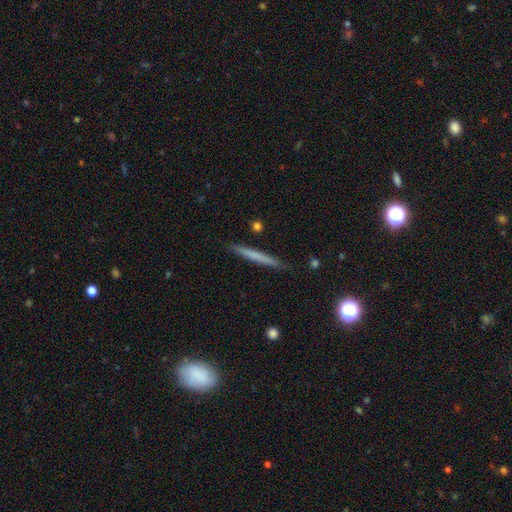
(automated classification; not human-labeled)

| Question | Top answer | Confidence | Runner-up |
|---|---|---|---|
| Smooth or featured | smooth | 61% | featured or disk (33%) |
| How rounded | cigar-shaped | 97% | in between (2%) |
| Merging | none | 89% | minor disturbance (8%) |